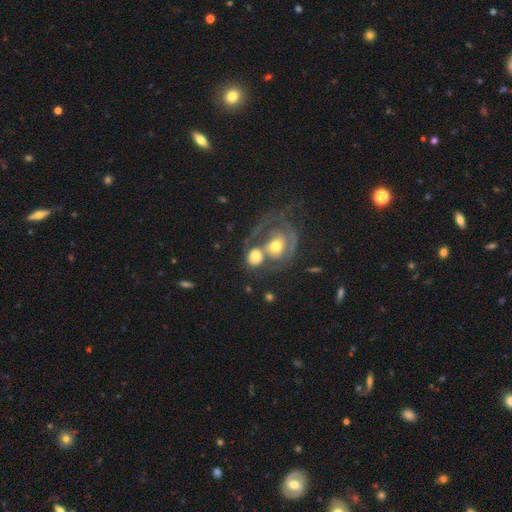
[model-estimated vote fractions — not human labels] Overall: featured or disk (46%, tied with smooth). Merging: merger (64%).